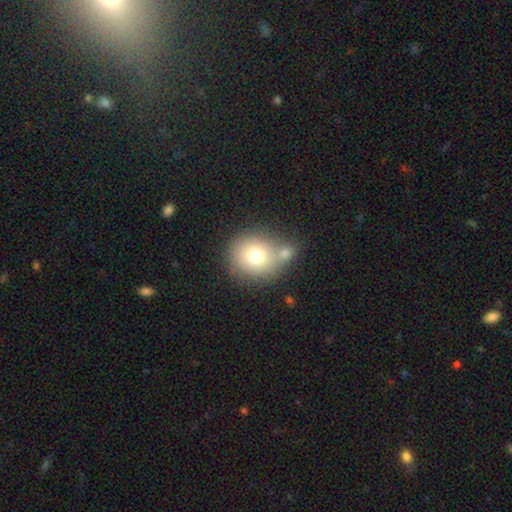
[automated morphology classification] Smooth or featured?
  - smooth: 74% *
  - featured or disk: 15%
  - star or artifact: 11%
How rounded?
  - round: 82% *
  - in between: 17%
  - cigar-shaped: 1%
Merging?
  - none: 53% *
  - merger: 29%
  - minor disturbance: 12%
  - major disturbance: 5%